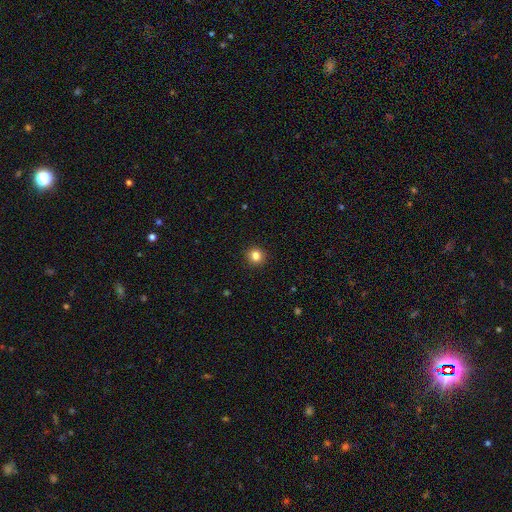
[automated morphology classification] Smooth or featured? Predicted: smooth (p=0.83). How rounded? Predicted: round (p=0.91). Merging? Predicted: none (p=0.93).